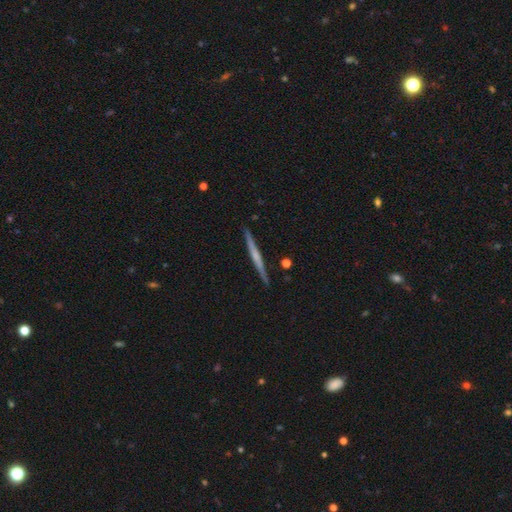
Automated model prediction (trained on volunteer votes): smooth-or-featured: featured or disk: 62% | smooth: 33% | star or artifact: 5%
  disk-edge-on: yes: 98% | no: 2%
    edge-on-bulge: none: 58% | rounded: 31% | boxy: 11%
  merging: none: 91% | minor disturbance: 7% | merger: 1% | major disturbance: 1%